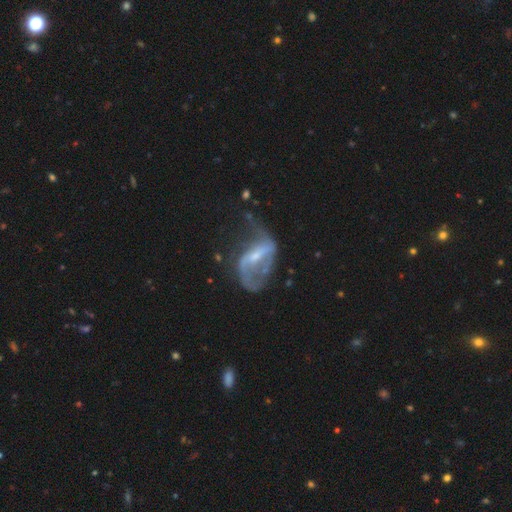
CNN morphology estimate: Smooth or featured? featured or disk (79%)
Edge-on disk? no (95%)
Bar? weak (41%)
Spiral arms? yes (80%)
Spiral winding? loose (63%)
Spiral arm count? 2 (66%)
Bulge size? small (57%)
Merging? major disturbance (39%)